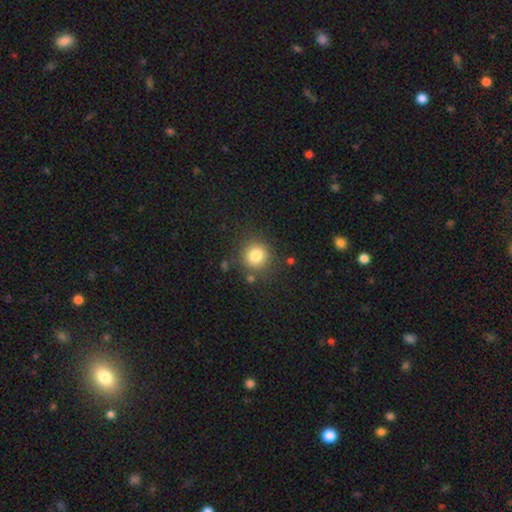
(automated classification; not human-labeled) Smooth or featured?
  - smooth: 82% *
  - star or artifact: 11%
  - featured or disk: 7%
How rounded?
  - round: 91% *
  - in between: 8%
  - cigar-shaped: 1%
Merging?
  - none: 84% *
  - minor disturbance: 9%
  - merger: 4%
  - major disturbance: 3%